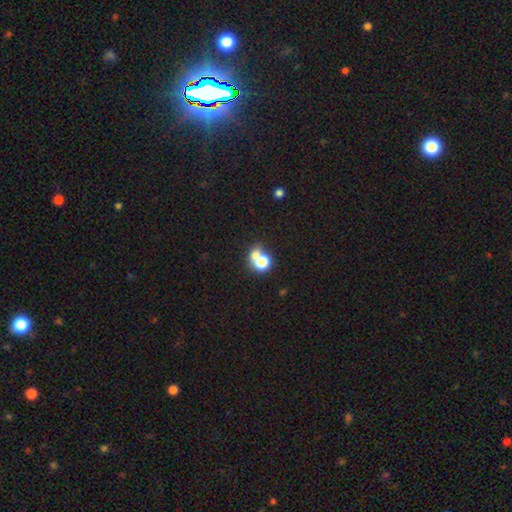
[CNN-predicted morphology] Overall: smooth (68%). How rounded: round (68%; in between 30%). Merging: merger (55%; none 34%).